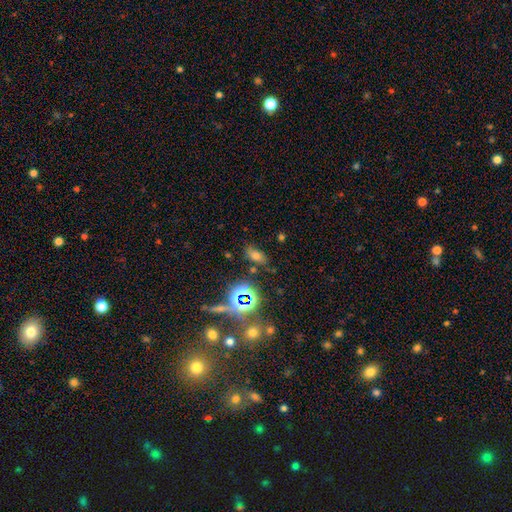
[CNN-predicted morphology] Smooth or featured? Predicted: smooth (p=0.56). How rounded? Predicted: in between (p=0.84). Merging? Predicted: none (p=0.76).